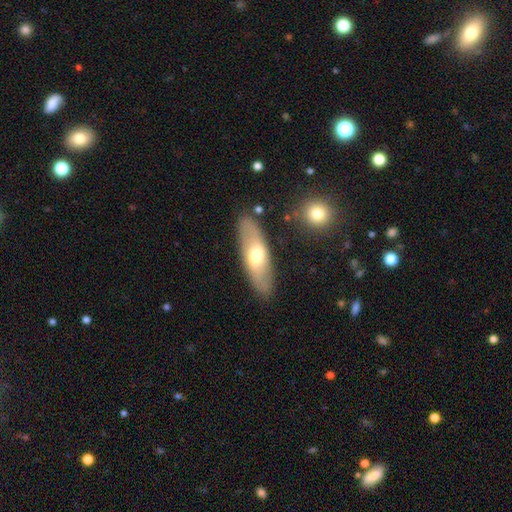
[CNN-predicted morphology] Smooth or featured: smooth — 53% (featured or disk — 41%)
How rounded: in between — 66% (cigar-shaped — 31%)
Merging: none — 83% (minor disturbance — 11%)